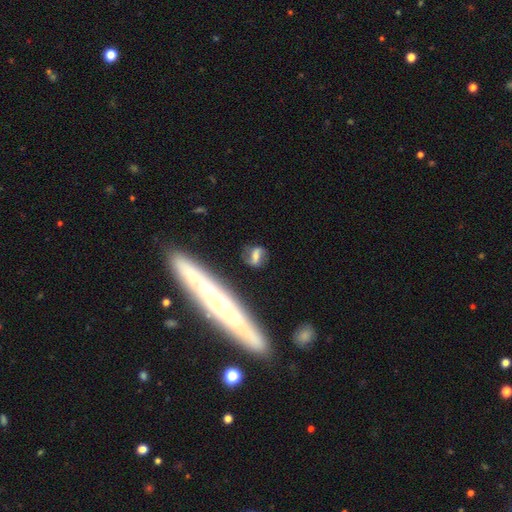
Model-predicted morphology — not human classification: A featured or disk galaxy (47%).

Vote fractions:
- Smooth or featured? featured or disk: 47% / smooth: 43% / star or artifact: 10%
- Merging? none: 68% / minor disturbance: 19% / major disturbance: 8% / merger: 5%